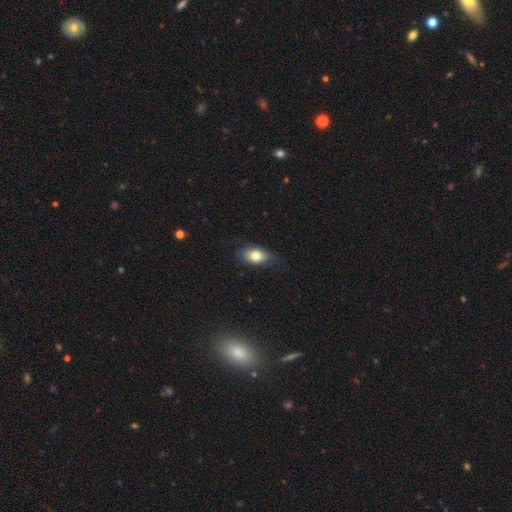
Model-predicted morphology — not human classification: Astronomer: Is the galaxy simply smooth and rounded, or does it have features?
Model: smooth — 74%.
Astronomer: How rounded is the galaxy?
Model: in between — 87%.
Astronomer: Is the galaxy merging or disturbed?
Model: none — 64%.